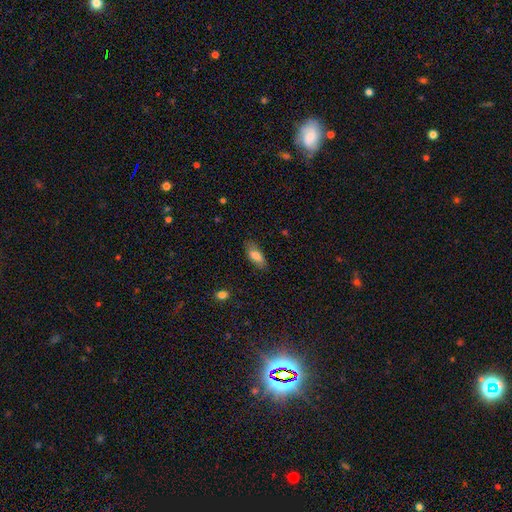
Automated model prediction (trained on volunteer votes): This appears to be a smooth galaxy with no disk features (82%) that is in between round and cigar-shaped (80%). Merging: none (78%).